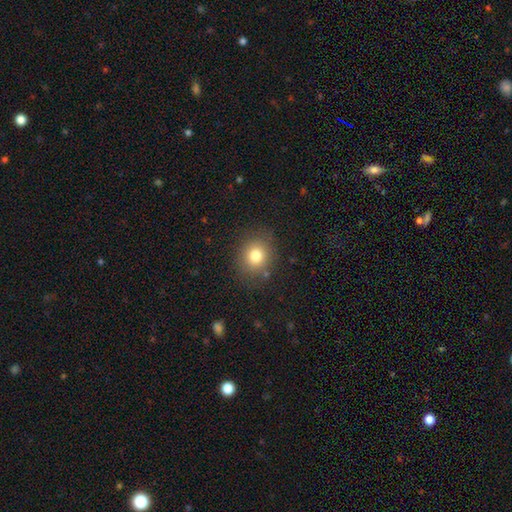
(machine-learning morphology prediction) Q: Smooth or featured?
A: smooth (79%); runner-up: star or artifact (12%)
Q: How rounded?
A: round (74%); runner-up: in between (25%)
Q: Merging?
A: none (84%); runner-up: minor disturbance (10%)